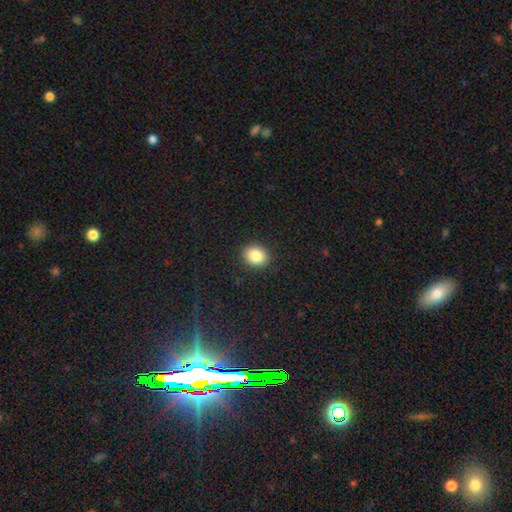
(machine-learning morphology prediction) Smooth or featured? Predicted: smooth (p=0.85). How rounded? Predicted: round (p=0.55). Merging? Predicted: none (p=0.90).